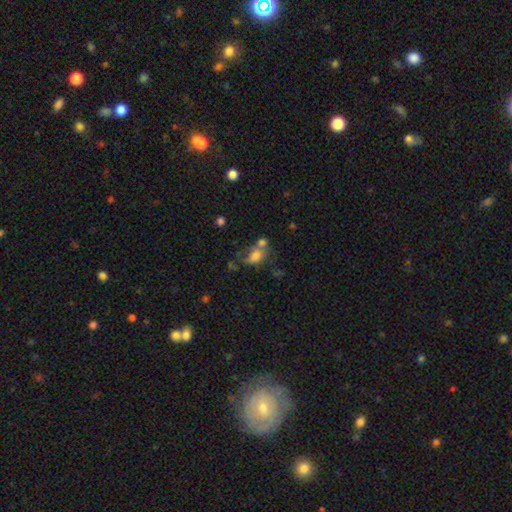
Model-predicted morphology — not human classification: This appears to be a smooth galaxy with no disk features (65%) that is in between round and cigar-shaped (78%). Merging: merger (38%).